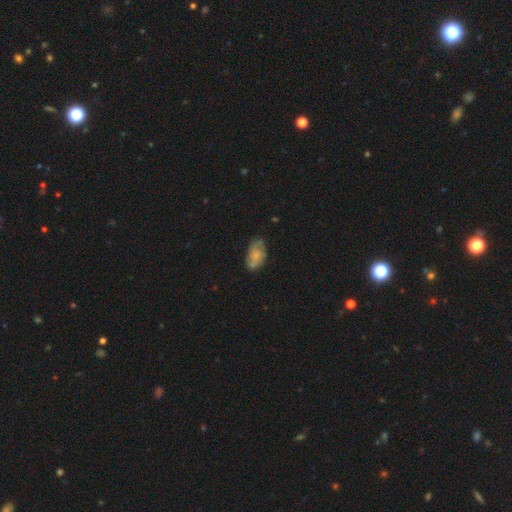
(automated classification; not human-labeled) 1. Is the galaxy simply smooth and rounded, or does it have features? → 47% smooth, 44% featured or disk, 8% star or artifact.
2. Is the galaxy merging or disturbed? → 57% none, 29% minor disturbance, 10% major disturbance, 4% merger.